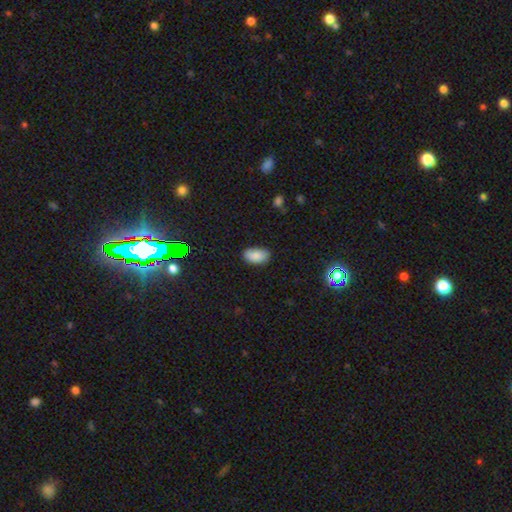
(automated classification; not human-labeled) This is clearly a smooth galaxy (85%). How rounded: clearly in between (94%). Merging: clearly none (81%).